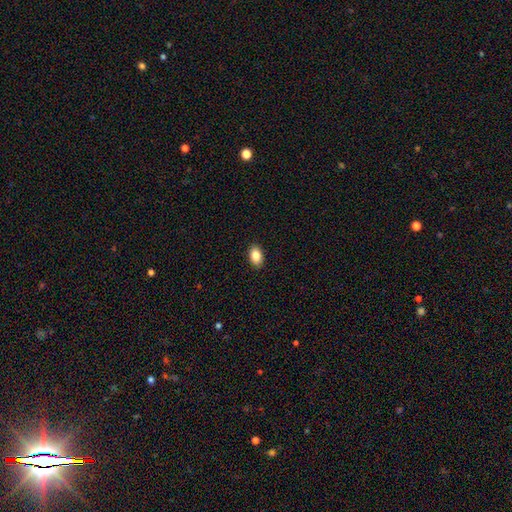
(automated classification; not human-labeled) smooth 85%, star or artifact 8%, featured or disk 7%. Down the decision tree: how rounded — in between (87%); merging — none (90%).